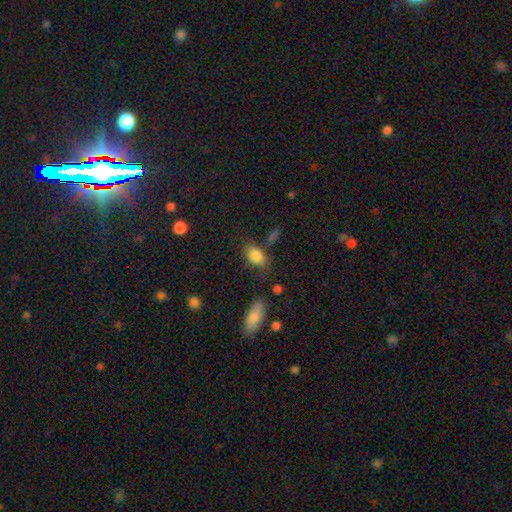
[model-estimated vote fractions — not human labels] Smooth or featured: smooth — 84% (star or artifact — 9%)
How rounded: in between — 87% (round — 11%)
Merging: none — 67% (minor disturbance — 20%)